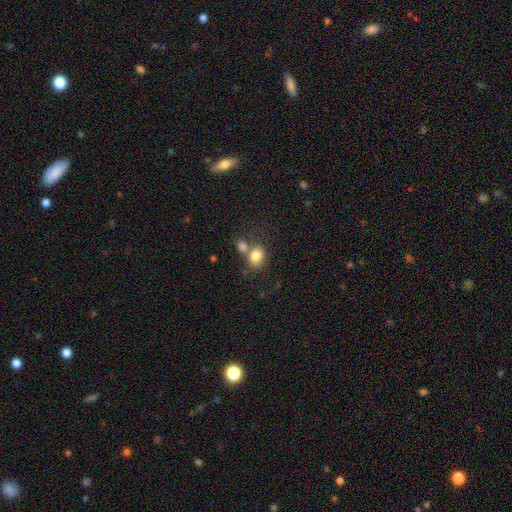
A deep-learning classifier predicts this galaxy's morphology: A smooth galaxy with no disk features (82%) that is in between round and cigar-shaped (67%).

Vote fractions:
- Smooth or featured? smooth: 82% / star or artifact: 9% / featured or disk: 9%
- How rounded? in between: 67% / round: 32% / cigar-shaped: 1%
- Merging? none: 47% / merger: 36% / minor disturbance: 12% / major disturbance: 5%